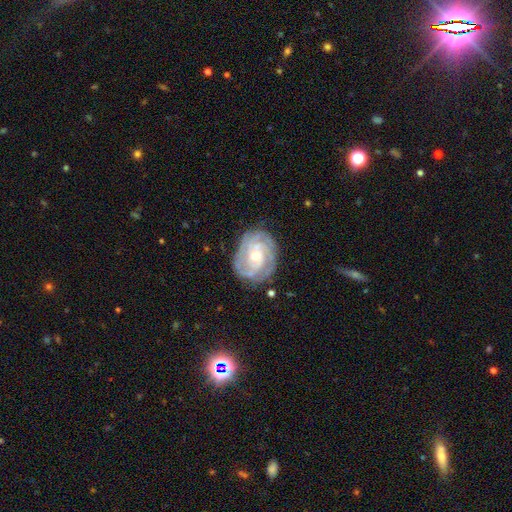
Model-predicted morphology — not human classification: A featured or disk galaxy (87%) with no bar (65%), 3 (28%) tight (73%) spiral arms (97%) and a moderate central bulge (50%). Merging: none (78%).